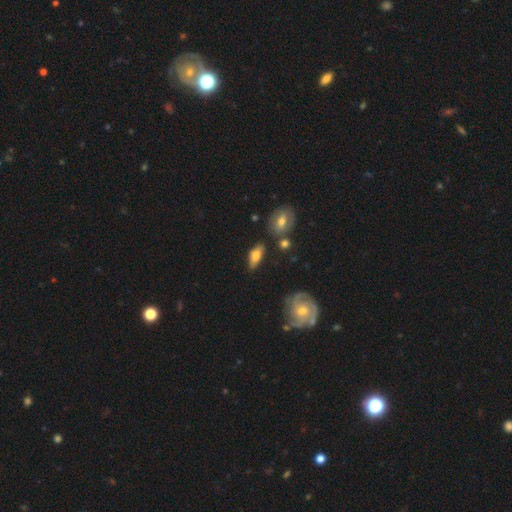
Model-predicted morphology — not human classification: smooth_or_featured: smooth (p=0.67) [alt: featured or disk p=0.26]
how_rounded: in between (p=0.78) [alt: cigar-shaped p=0.18]
merging: none (p=0.71) [alt: minor disturbance p=0.18]